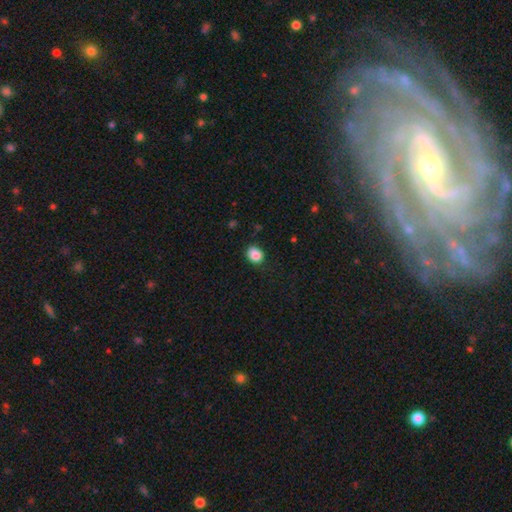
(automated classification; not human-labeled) A smooth galaxy with no disk features (86%) that is round (53%).

Vote fractions:
- Smooth or featured? smooth: 86% / star or artifact: 9% / featured or disk: 4%
- How rounded? round: 53% / in between: 46% / cigar-shaped: 1%
- Merging? none: 74% / minor disturbance: 20% / major disturbance: 4% / merger: 2%